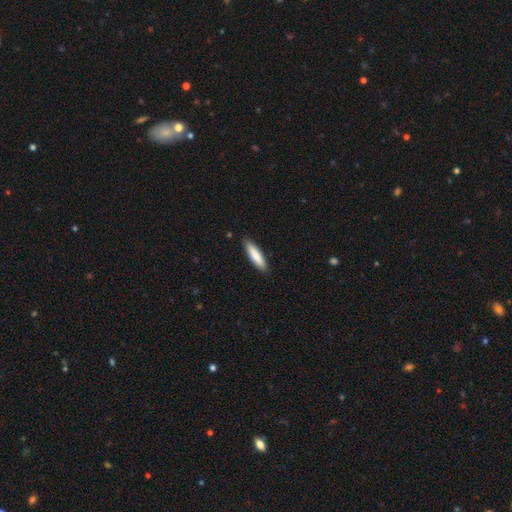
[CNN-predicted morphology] Smooth or featured: smooth — 82% (featured or disk — 12%)
How rounded: cigar-shaped — 77% (in between — 21%)
Merging: none — 88% (minor disturbance — 9%)